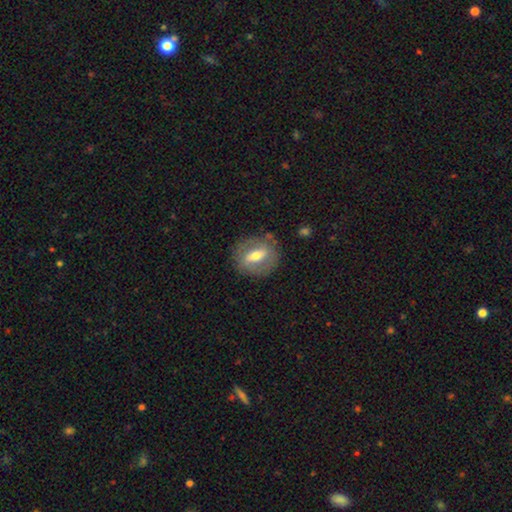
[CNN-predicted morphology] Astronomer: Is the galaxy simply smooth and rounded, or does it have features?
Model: featured or disk — 58% (runner-up: smooth, 35%).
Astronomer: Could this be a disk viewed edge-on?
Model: no — 85%.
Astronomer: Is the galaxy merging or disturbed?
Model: none — 81%.